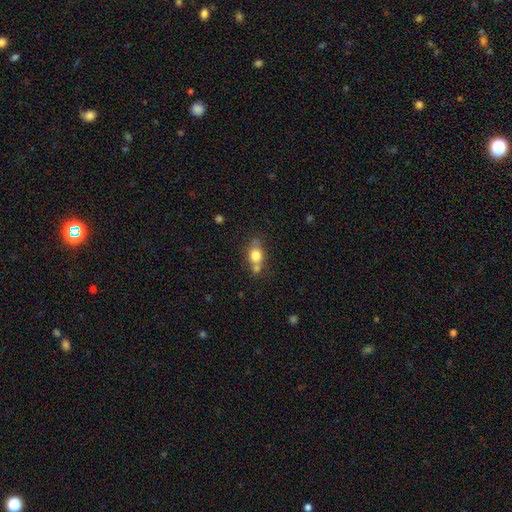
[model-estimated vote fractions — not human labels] Smooth or featured? Predicted: smooth (p=0.75). How rounded? Predicted: in between (p=0.50). Merging? Predicted: none (p=0.49).